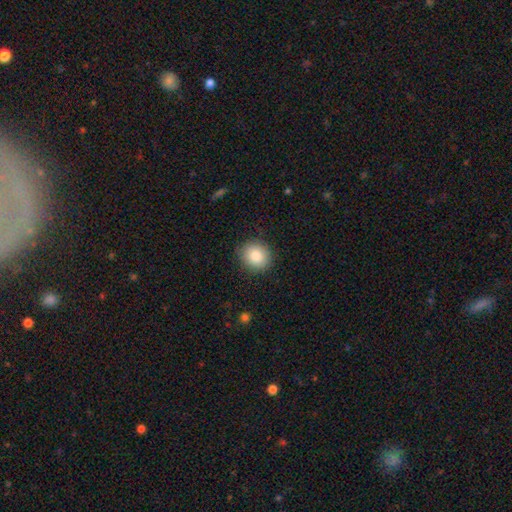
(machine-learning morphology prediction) Overall: smooth (86%). How rounded: round (82%). Merging: none (87%).